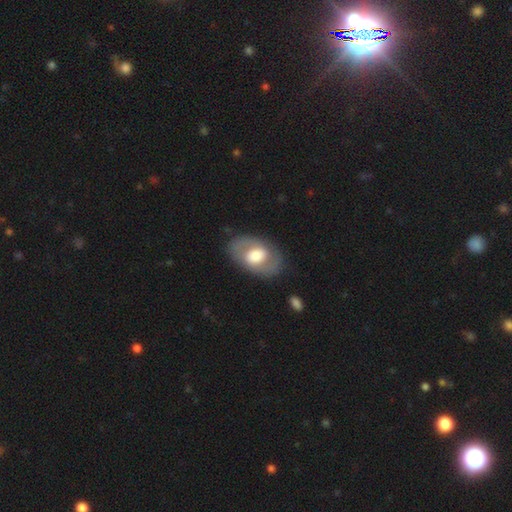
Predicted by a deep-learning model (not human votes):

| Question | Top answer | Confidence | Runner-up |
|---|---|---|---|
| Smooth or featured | featured or disk | 50% | smooth (44%) |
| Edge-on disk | no | 93% | yes (7%) |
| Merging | none | 81% | minor disturbance (12%) |